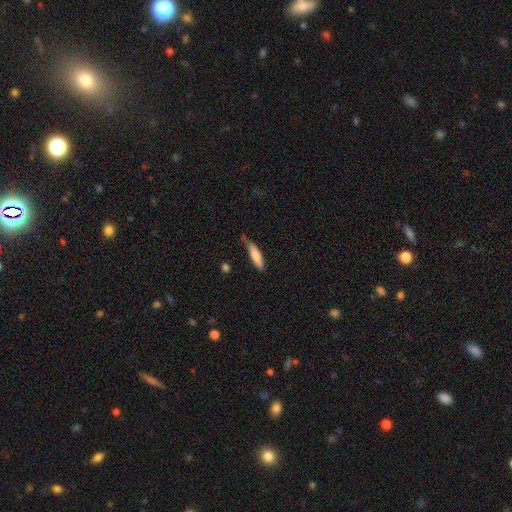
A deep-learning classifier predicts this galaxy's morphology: smooth-or-featured: smooth: 76% | featured or disk: 18% | star or artifact: 6%
  how-rounded: cigar-shaped: 75% | in between: 24% | round: 1%
  merging: none: 64% | minor disturbance: 27% | major disturbance: 5% | merger: 4%